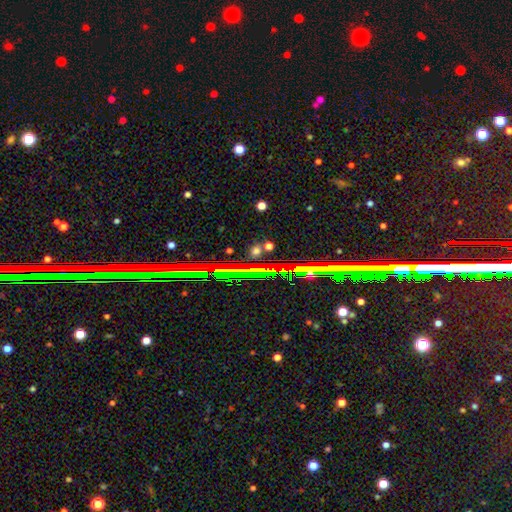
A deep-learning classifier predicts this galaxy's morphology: type=star or artifact (68%).